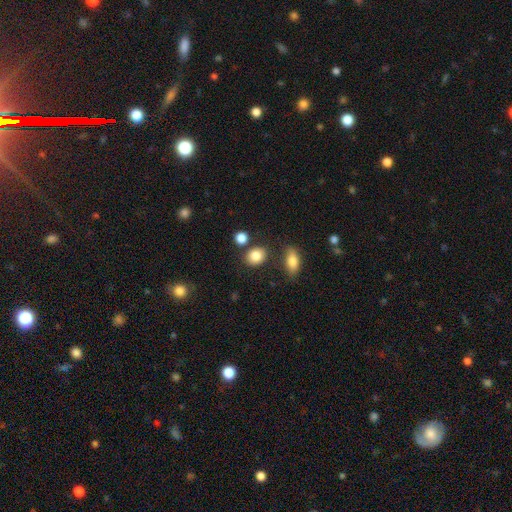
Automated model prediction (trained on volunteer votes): smooth 84%, star or artifact 9%, featured or disk 6%. Down the decision tree: how rounded — round (54%); merging — none (77%).